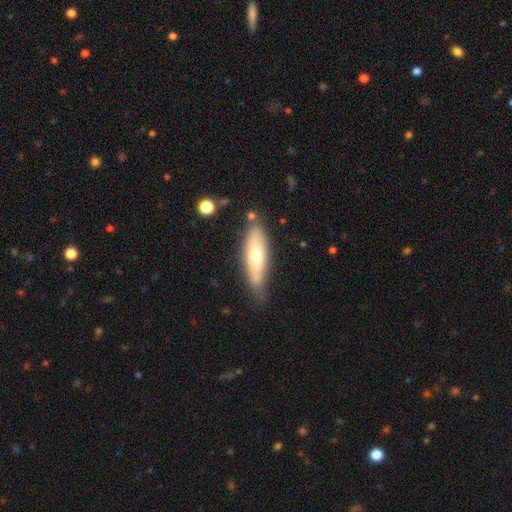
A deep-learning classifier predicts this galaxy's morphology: type=smooth (59%); roundness=cigar-shaped (55%); merging=none (70%).